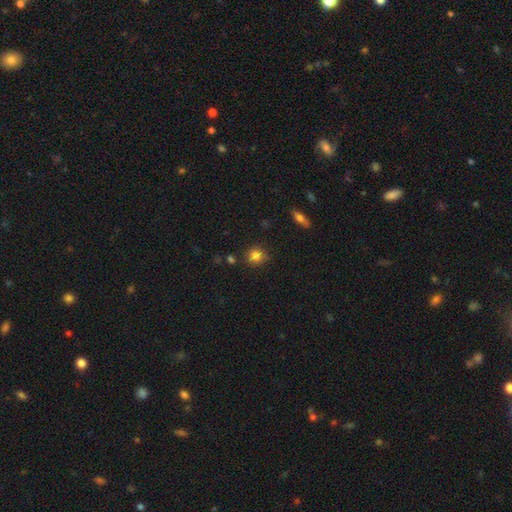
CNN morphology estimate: Q: Smooth or featured?
A: smooth (81%); runner-up: star or artifact (12%)
Q: How rounded?
A: round (83%); runner-up: in between (16%)
Q: Merging?
A: none (79%); runner-up: minor disturbance (14%)